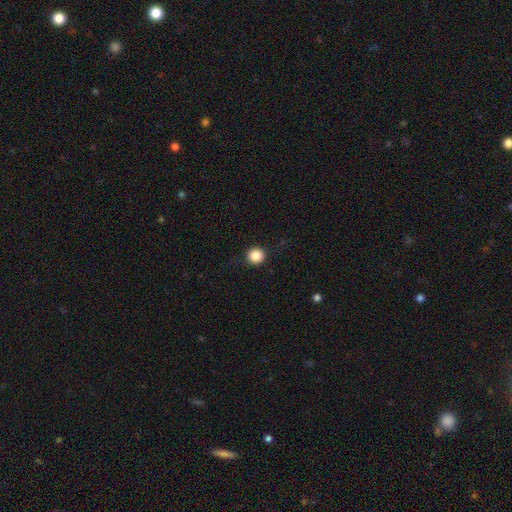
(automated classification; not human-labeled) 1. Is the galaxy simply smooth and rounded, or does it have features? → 87% smooth, 10% star or artifact, 3% featured or disk.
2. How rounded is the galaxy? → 93% round, 6% in between, 1% cigar-shaped.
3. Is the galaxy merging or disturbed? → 91% none, 6% minor disturbance, 2% major disturbance, 1% merger.